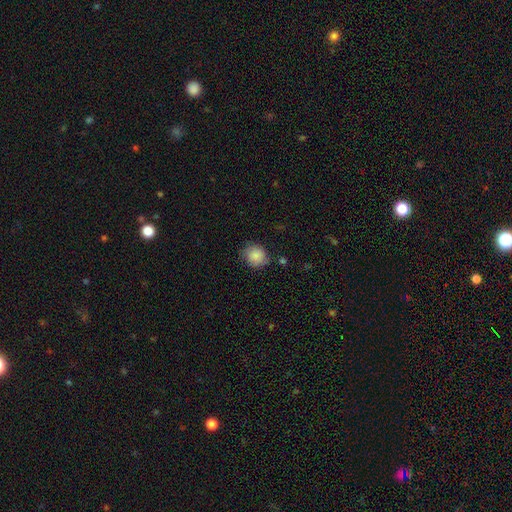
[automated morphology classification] Smooth or featured: smooth — 85% (star or artifact — 7%)
How rounded: round — 73% (in between — 26%)
Merging: none — 71% (minor disturbance — 21%)